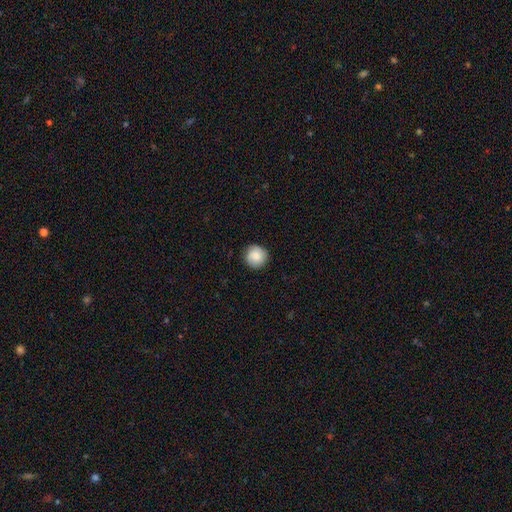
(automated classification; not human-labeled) This is clearly a smooth galaxy (83%). How rounded: clearly round (95%). Merging: clearly none (88%).